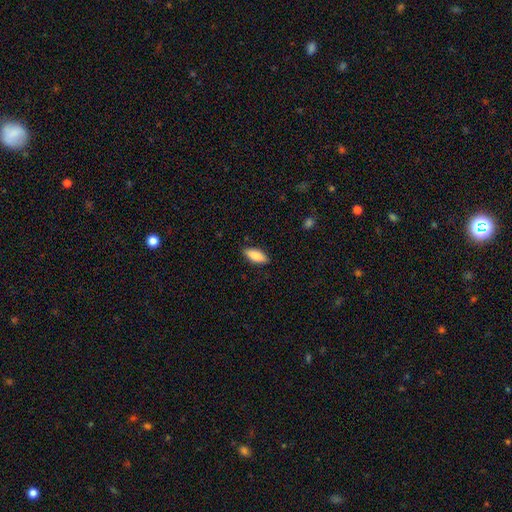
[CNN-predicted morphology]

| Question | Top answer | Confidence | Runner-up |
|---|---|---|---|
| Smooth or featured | smooth | 86% | featured or disk (8%) |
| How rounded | in between | 80% | cigar-shaped (18%) |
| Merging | none | 87% | minor disturbance (10%) |